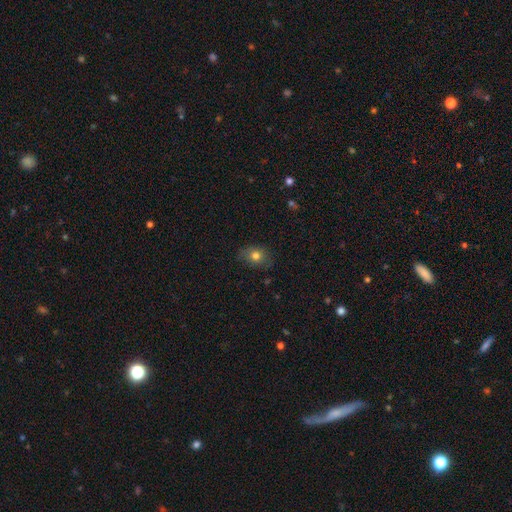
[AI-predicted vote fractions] The model was most divided on "how rounded": in between: 61%, round: 38%, cigar-shaped: 1%. More confident: merging — none (80%); smooth or featured — smooth (77%).